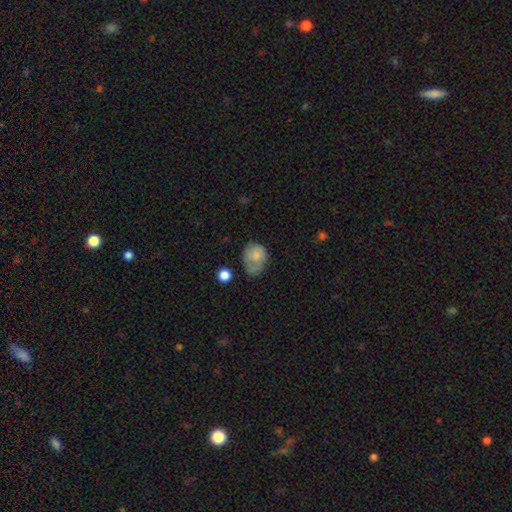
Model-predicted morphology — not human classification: A smooth galaxy with no disk features (73%) that is in between round and cigar-shaped (56%). Merging: minor disturbance (35%).